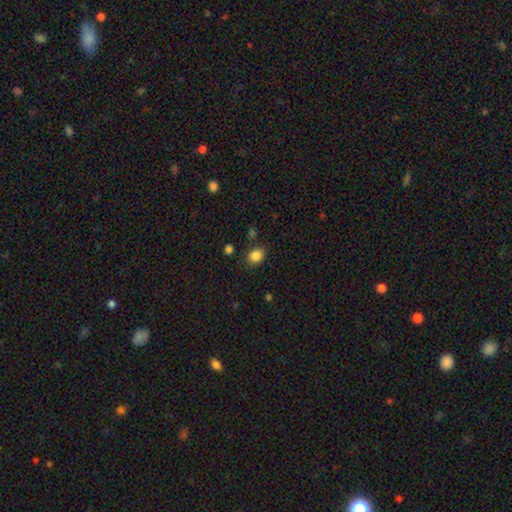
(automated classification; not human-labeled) This is clearly a smooth galaxy (85%). How rounded: possibly round (59%). Merging: clearly none (82%).